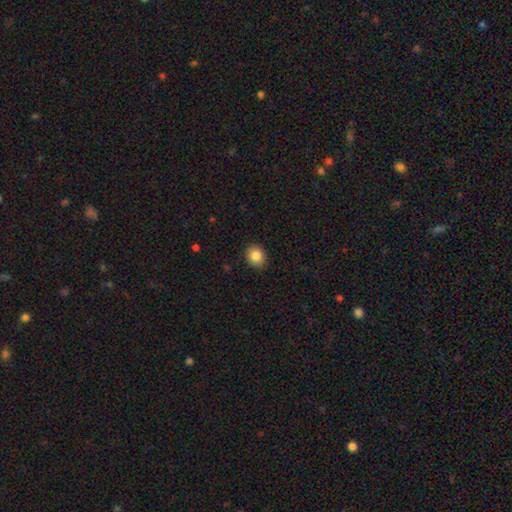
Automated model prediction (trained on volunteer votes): Smooth or featured?
  - smooth: 86% *
  - star or artifact: 9%
  - featured or disk: 5%
How rounded?
  - round: 70% *
  - in between: 29%
  - cigar-shaped: 1%
Merging?
  - none: 89% *
  - minor disturbance: 8%
  - major disturbance: 2%
  - merger: 1%